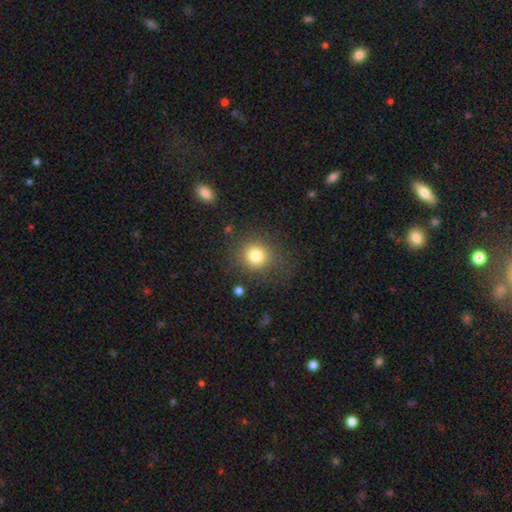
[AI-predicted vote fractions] smooth-or-featured: smooth: 80% | star or artifact: 12% | featured or disk: 8%
  how-rounded: round: 87% | in between: 13% | cigar-shaped: 1%
  merging: none: 79% | minor disturbance: 12% | major disturbance: 7% | merger: 2%